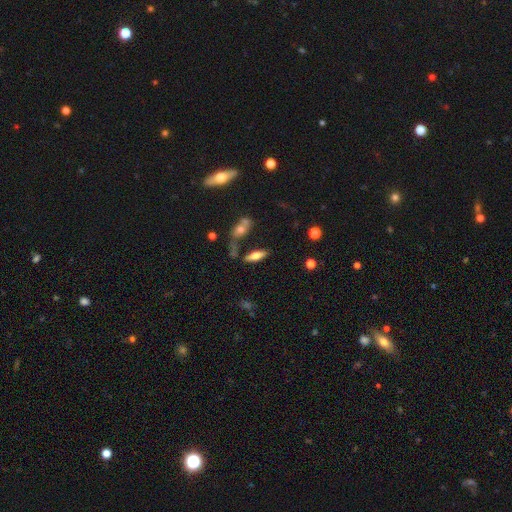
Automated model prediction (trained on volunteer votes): Smooth or featured? smooth (61%)
How rounded? in between (57%)
Merging? none (69%)